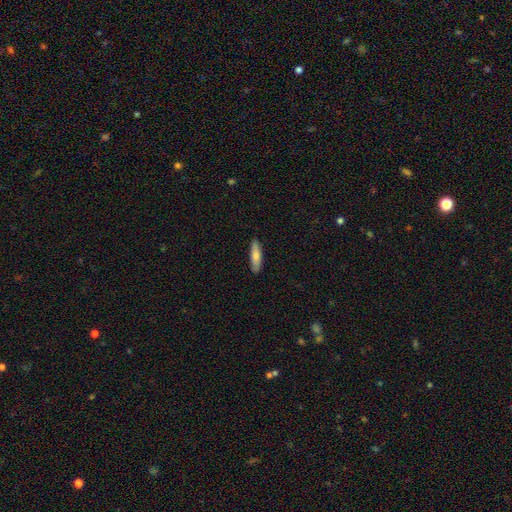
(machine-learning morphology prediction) The model was most divided on "how rounded": cigar-shaped: 71%, in between: 27%, round: 2%. More confident: merging — none (89%); smooth or featured — smooth (78%).